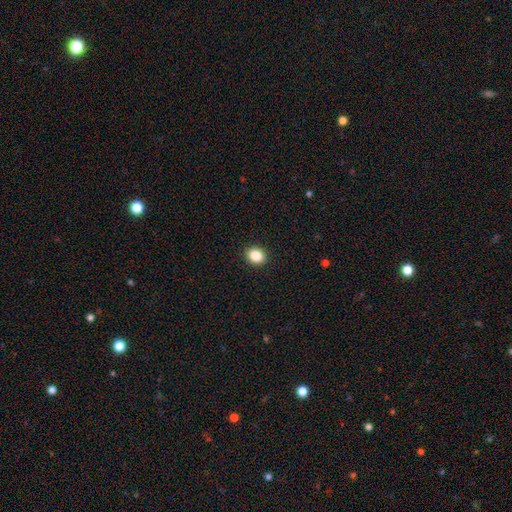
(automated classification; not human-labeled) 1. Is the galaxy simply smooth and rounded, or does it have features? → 86% smooth, 9% star or artifact, 4% featured or disk.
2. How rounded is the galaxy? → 54% round, 45% in between, 1% cigar-shaped.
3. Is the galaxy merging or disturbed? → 91% none, 6% minor disturbance, 2% major disturbance, 1% merger.